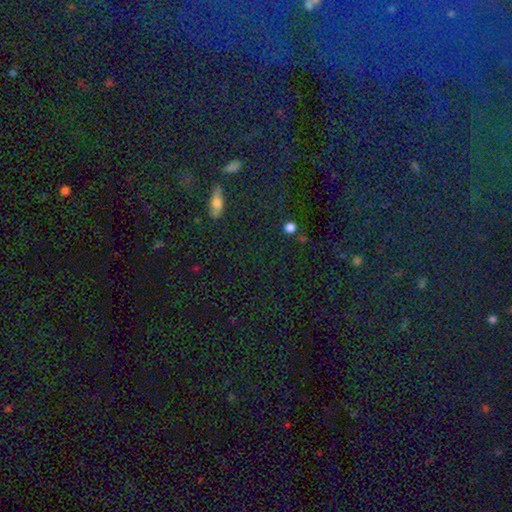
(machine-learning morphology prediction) Smooth or featured: star or artifact — 79% (smooth — 12%)